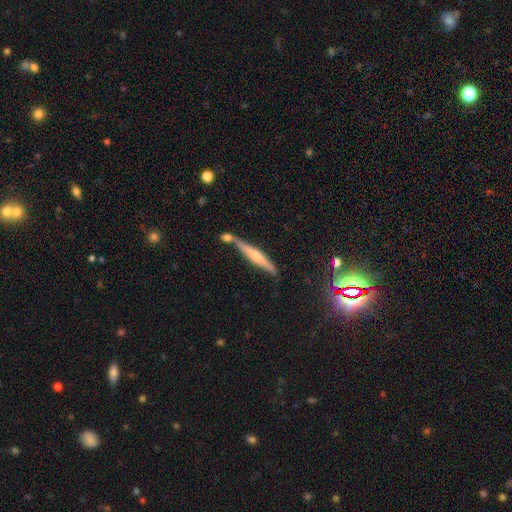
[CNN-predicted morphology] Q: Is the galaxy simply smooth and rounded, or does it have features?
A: featured or disk — 52%.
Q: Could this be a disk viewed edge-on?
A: yes — 93%.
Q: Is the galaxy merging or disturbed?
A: none — 62%.